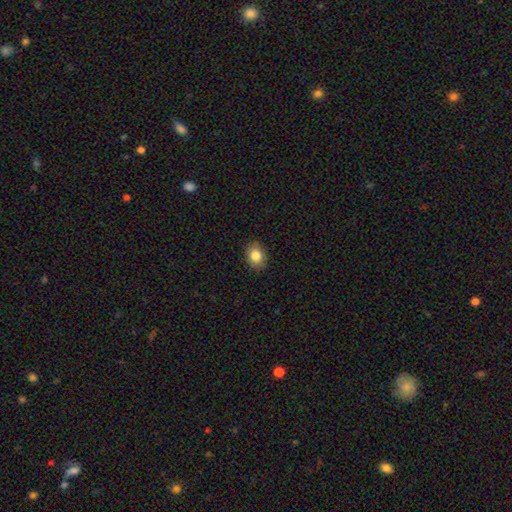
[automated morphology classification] A smooth galaxy with no disk features (84%) that is in between round and cigar-shaped (56%). Merging: none (87%).